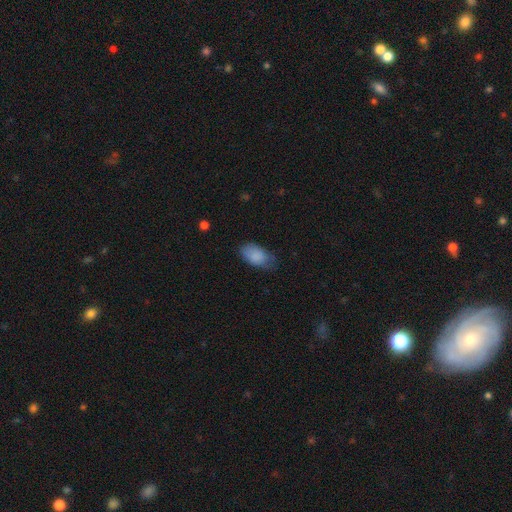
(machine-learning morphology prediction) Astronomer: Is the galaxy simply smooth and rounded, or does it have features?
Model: smooth — 86%.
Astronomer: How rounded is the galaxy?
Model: in between — 93%.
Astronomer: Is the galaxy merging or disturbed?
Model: none — 59%.